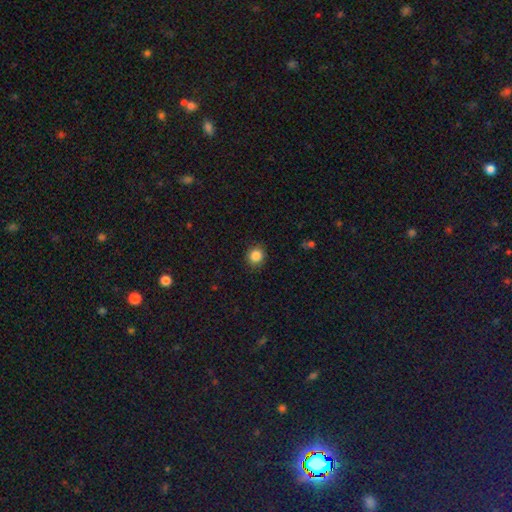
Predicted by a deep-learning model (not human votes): The model was most divided on "how rounded": round: 85%, in between: 14%, cigar-shaped: 1%. More confident: merging — none (88%); smooth or featured — smooth (86%).